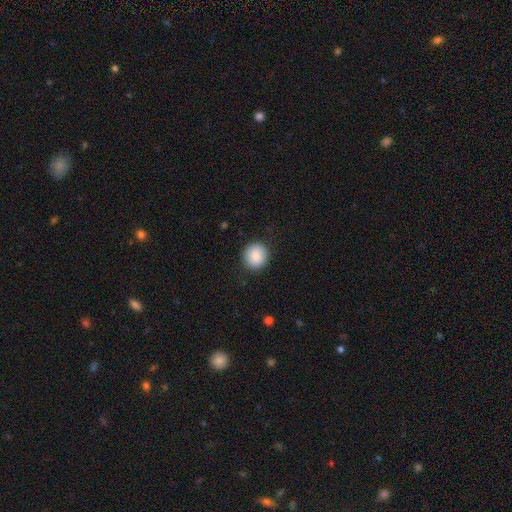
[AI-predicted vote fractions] A smooth galaxy with no disk features (87%) that is round (89%).

Vote fractions:
- Smooth or featured? smooth: 87% / star or artifact: 8% / featured or disk: 5%
- How rounded? round: 89% / in between: 10% / cigar-shaped: 1%
- Merging? none: 90% / minor disturbance: 7% / major disturbance: 2% / merger: 1%